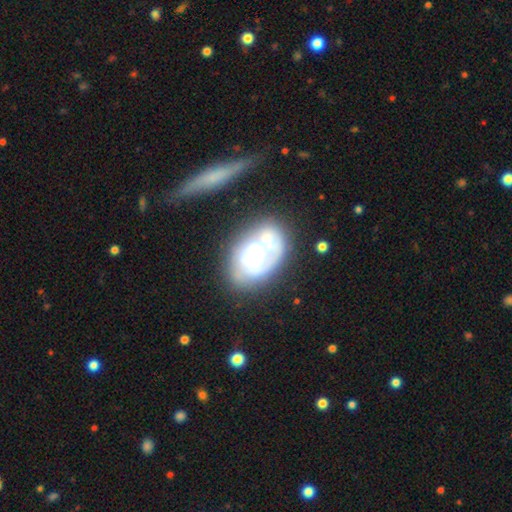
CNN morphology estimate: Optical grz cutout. It shows a featured or disk galaxy (60%) with no bar (65%), spiral arms (56%) and a moderate central bulge (37%). Merging: none (39%).